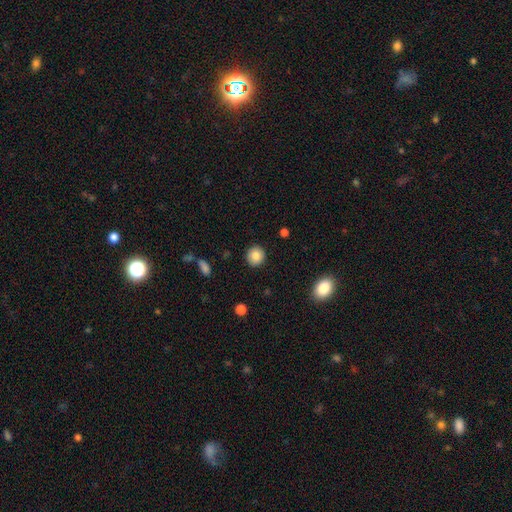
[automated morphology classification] smooth_or_featured: smooth (p=0.85) [alt: star or artifact p=0.08]
how_rounded: round (p=0.89) [alt: in between p=0.10]
merging: none (p=0.91) [alt: minor disturbance p=0.06]